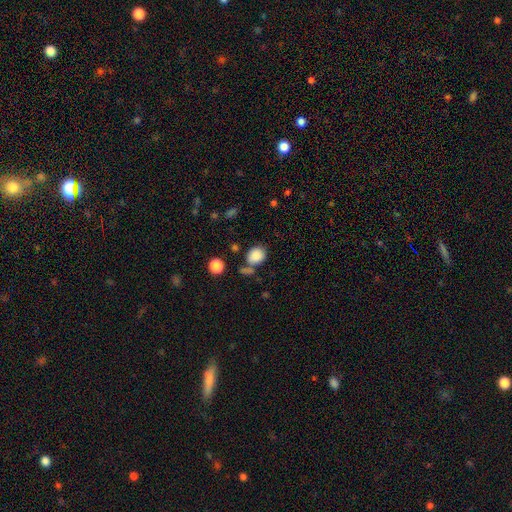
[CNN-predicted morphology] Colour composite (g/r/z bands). It shows a smooth galaxy with no disk features (86%) that is round (64%). Merging: none (62%).